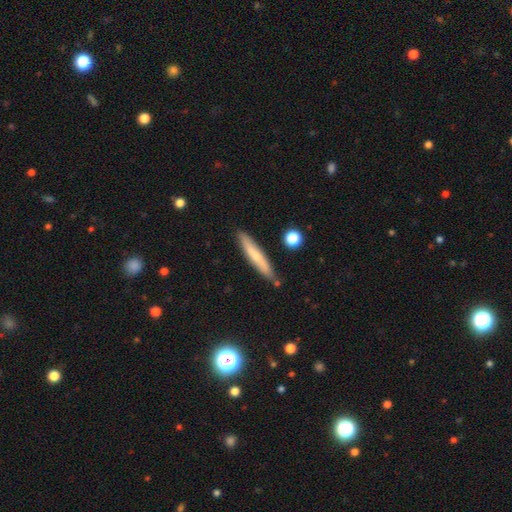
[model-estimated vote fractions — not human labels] smooth-or-featured: smooth: 62% | featured or disk: 32% | star or artifact: 6%
  how-rounded: cigar-shaped: 92% | in between: 6% | round: 1%
  merging: none: 83% | minor disturbance: 12% | merger: 3% | major disturbance: 2%